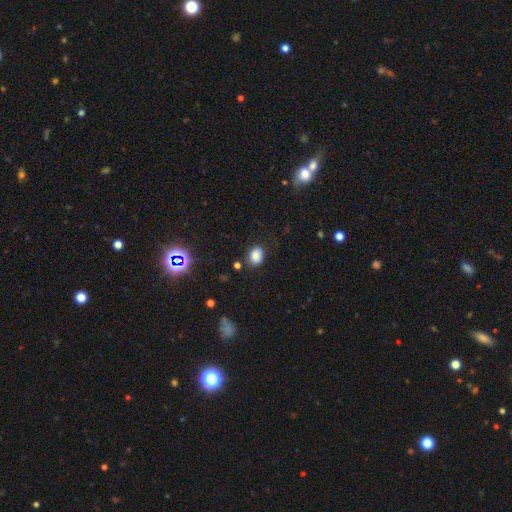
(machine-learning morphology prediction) Smooth or featured? Predicted: smooth (p=0.80). How rounded? Predicted: in between (p=0.57). Merging? Predicted: none (p=0.80).